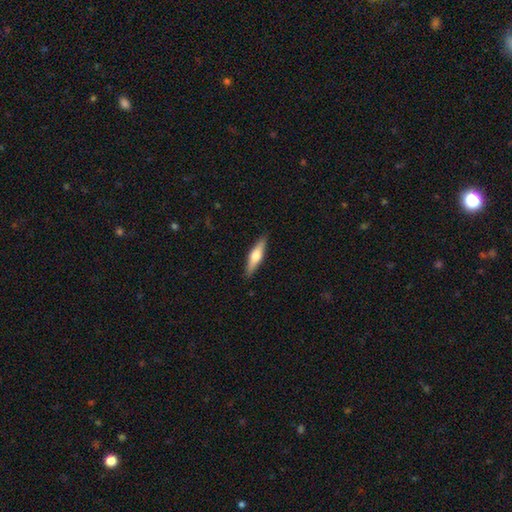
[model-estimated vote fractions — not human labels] Q: Smooth or featured?
A: smooth (48%); runner-up: featured or disk (47%)
Q: Merging?
A: none (89%); runner-up: minor disturbance (8%)